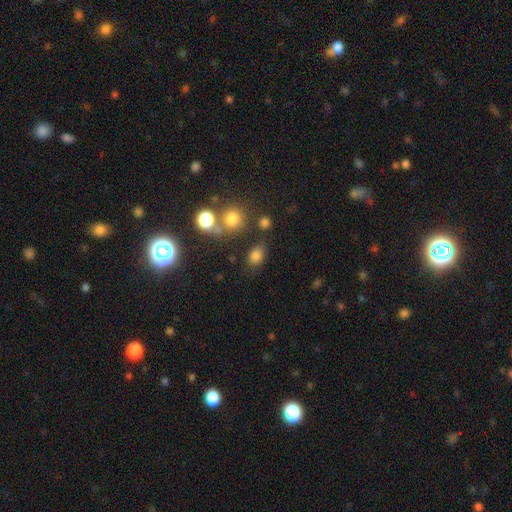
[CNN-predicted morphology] The model was most divided on "how rounded": in between: 71%, round: 27%, cigar-shaped: 2%. More confident: smooth or featured — smooth (78%); merging — none (73%).